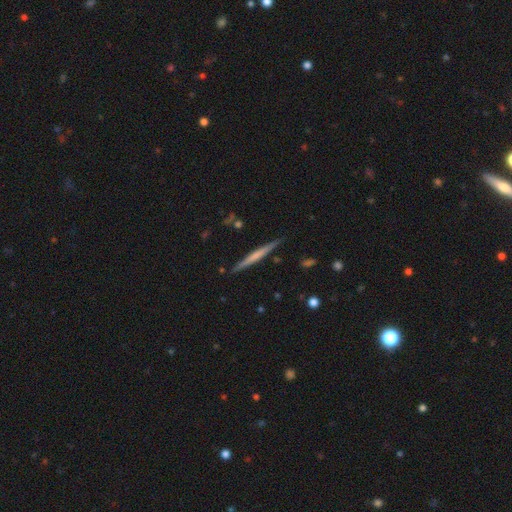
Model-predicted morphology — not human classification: featured or disk 54%, smooth 41%, star or artifact 5%. Down the decision tree: edge-on disk — yes (97%); edge-on bulge — none (69%); merging — none (89%).